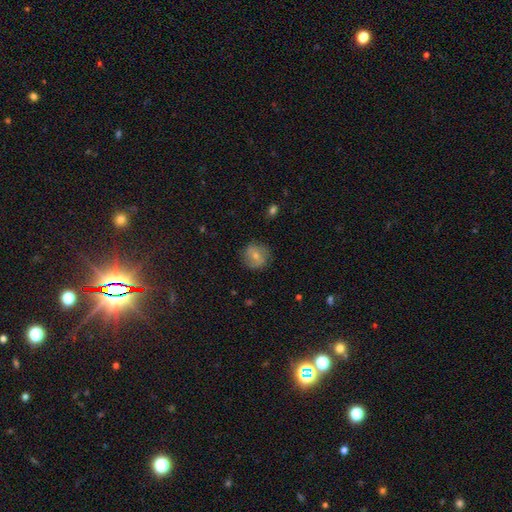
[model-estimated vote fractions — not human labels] smooth-or-featured: smooth: 60% | featured or disk: 31% | star or artifact: 9%
  how-rounded: round: 87% | in between: 12% | cigar-shaped: 1%
  merging: none: 82% | minor disturbance: 13% | major disturbance: 4% | merger: 1%